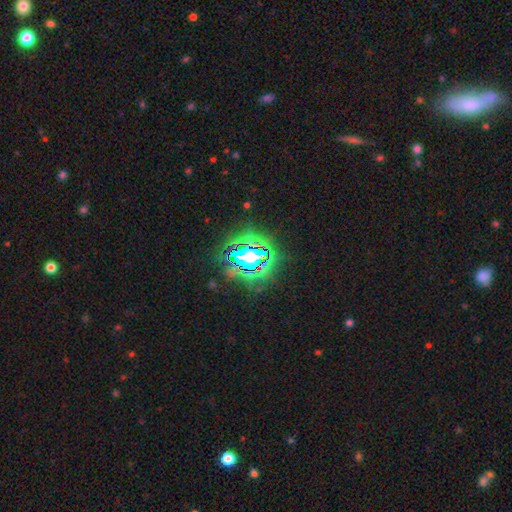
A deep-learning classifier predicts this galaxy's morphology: Overall: star or artifact (85%).